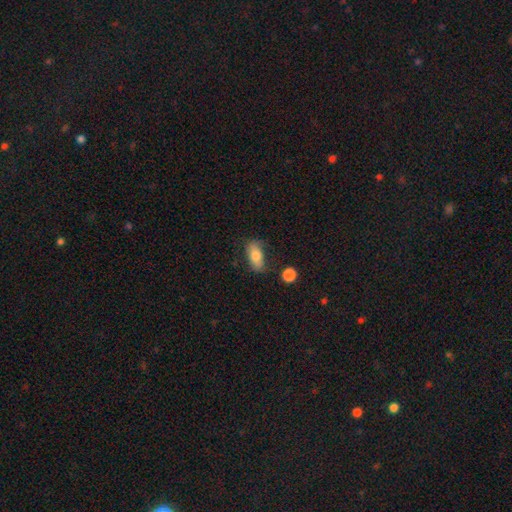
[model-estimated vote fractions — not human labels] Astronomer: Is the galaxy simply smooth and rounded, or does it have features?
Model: smooth — 76%.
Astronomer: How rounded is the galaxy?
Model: in between — 85%.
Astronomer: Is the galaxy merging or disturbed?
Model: none — 66%.